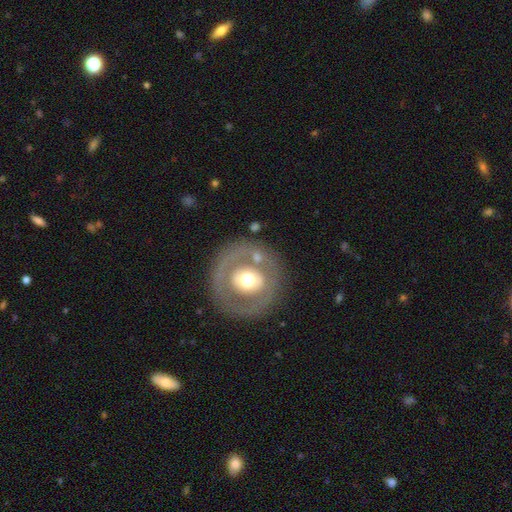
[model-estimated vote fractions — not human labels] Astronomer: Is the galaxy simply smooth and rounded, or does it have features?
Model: featured or disk — 57% (runner-up: smooth, 36%).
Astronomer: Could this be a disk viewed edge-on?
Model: no — 95%.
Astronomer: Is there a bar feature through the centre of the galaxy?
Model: no — 82%.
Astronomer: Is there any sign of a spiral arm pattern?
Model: no — 84%.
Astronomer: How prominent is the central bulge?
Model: moderate — 61%.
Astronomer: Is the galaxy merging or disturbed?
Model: none — 78%.